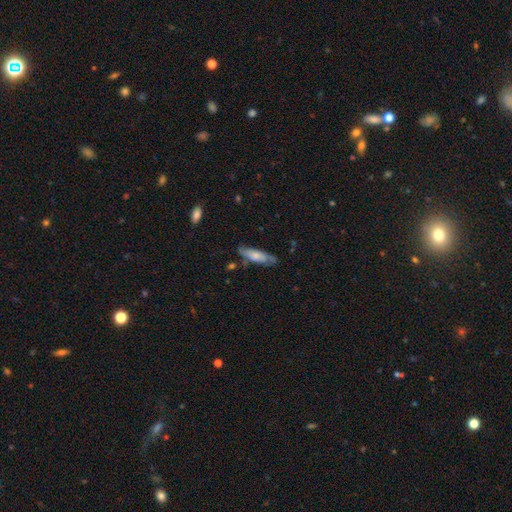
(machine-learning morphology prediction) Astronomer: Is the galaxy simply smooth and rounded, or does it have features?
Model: smooth — 58% (runner-up: featured or disk, 36%).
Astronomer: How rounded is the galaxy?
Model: cigar-shaped — 52% (runner-up: in between, 46%).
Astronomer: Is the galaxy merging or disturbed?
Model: none — 70%.